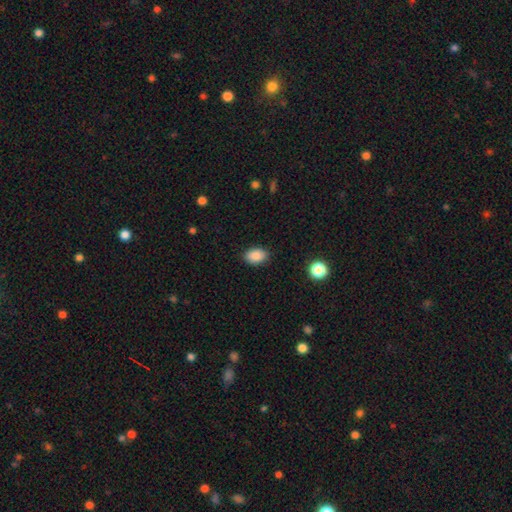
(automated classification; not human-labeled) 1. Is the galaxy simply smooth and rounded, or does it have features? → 88% smooth, 8% star or artifact, 4% featured or disk.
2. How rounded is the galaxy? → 82% in between, 16% round, 1% cigar-shaped.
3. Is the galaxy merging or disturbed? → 87% none, 10% minor disturbance, 2% major disturbance, 1% merger.